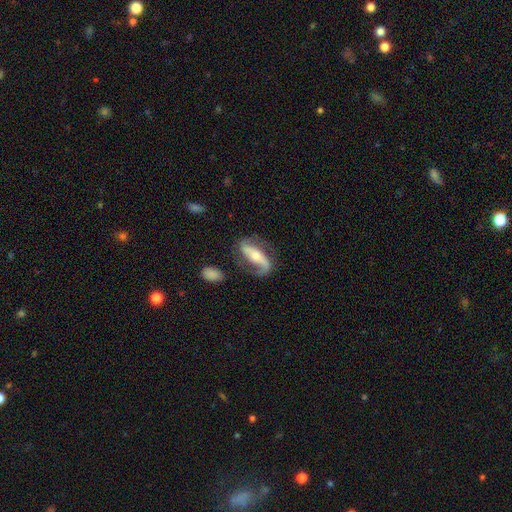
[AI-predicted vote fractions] Morphology: type=featured or disk (80%); edge-on=no (88%); bar=strong (52%); spiral arms=yes (92%); winding=loose (51%); arm count=2 (75%); bulge=moderate (53%); merging=none (67%).